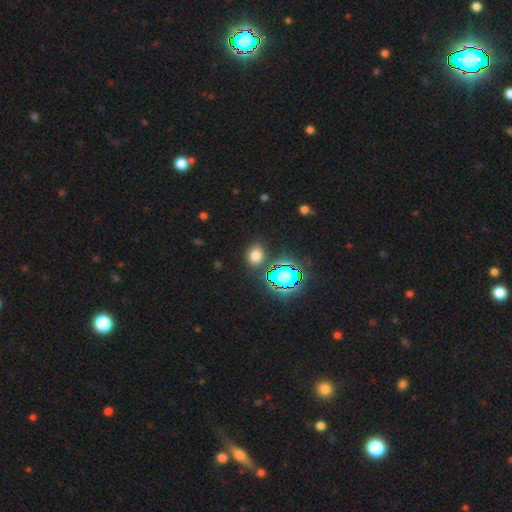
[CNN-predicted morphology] type=smooth (66%); roundness=round (51%); merging=none (83%).